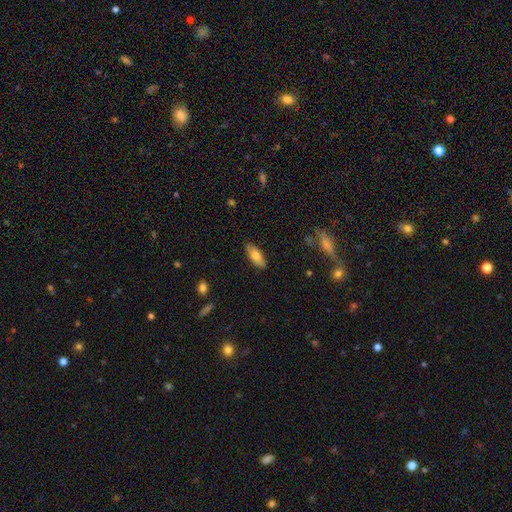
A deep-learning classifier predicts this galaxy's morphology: Smooth or featured: smooth — 74% (featured or disk — 19%)
How rounded: in between — 75% (cigar-shaped — 23%)
Merging: none — 86% (minor disturbance — 11%)